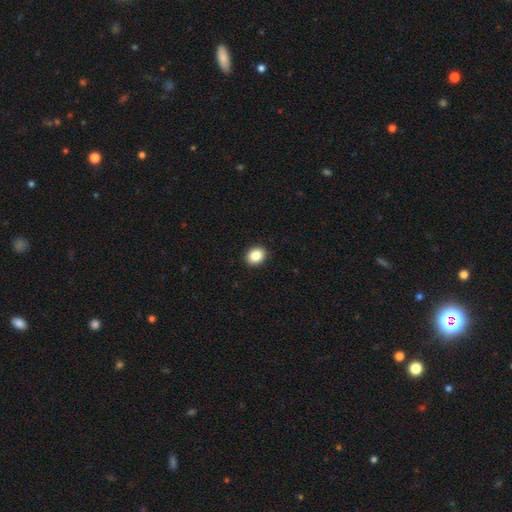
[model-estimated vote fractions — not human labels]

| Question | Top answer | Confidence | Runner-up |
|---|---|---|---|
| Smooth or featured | smooth | 85% | star or artifact (9%) |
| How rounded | round | 53% | in between (46%) |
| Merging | none | 92% | minor disturbance (5%) |